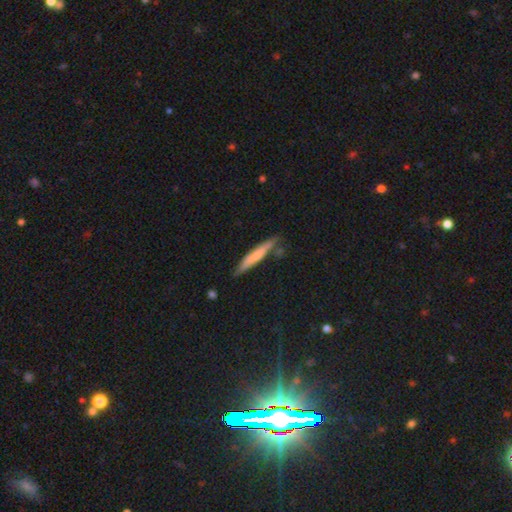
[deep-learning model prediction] Overall: smooth (63%; featured or disk 31%). How rounded: cigar-shaped (94%). Merging: none (79%).